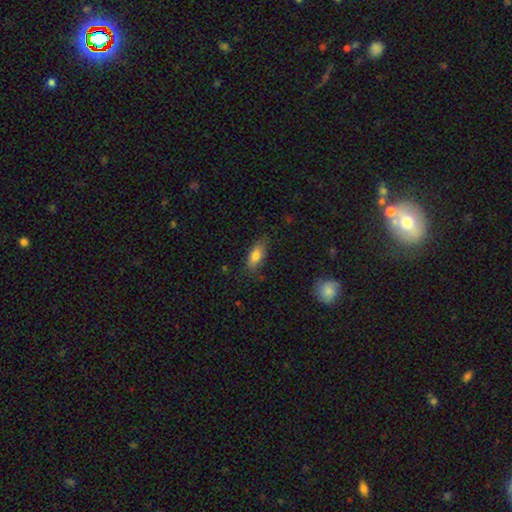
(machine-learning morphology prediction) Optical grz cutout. It shows a smooth galaxy with no disk features (79%) that is in between round and cigar-shaped (81%). Merging: none (74%).